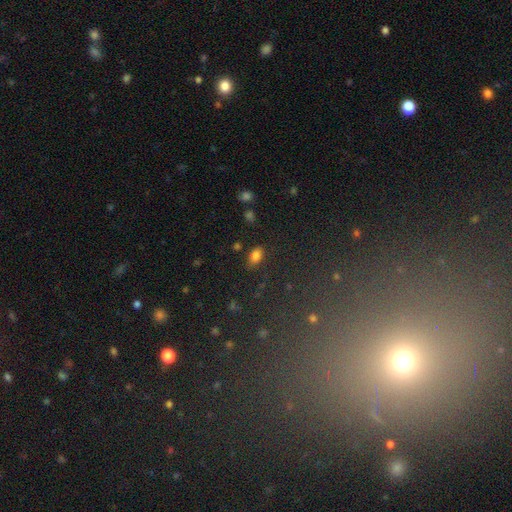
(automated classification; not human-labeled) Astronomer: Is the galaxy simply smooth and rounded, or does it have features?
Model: smooth — 82%.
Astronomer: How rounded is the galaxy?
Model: in between — 90%.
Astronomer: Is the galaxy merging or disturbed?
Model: none — 78%.